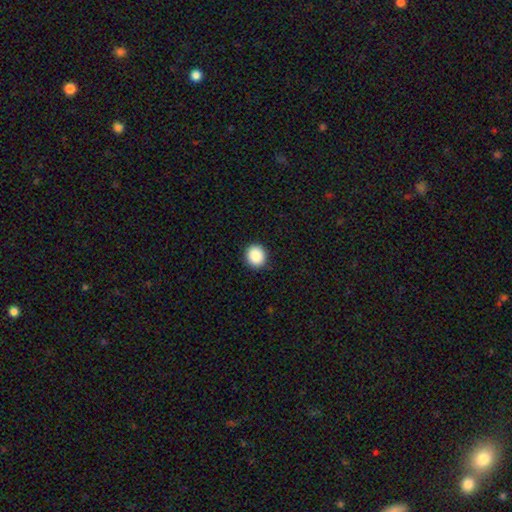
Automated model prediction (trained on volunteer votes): smooth-or-featured: smooth: 89% | star or artifact: 8% | featured or disk: 3%
  how-rounded: round: 85% | in between: 14% | cigar-shaped: 1%
  merging: none: 92% | minor disturbance: 5% | major disturbance: 2% | merger: 1%